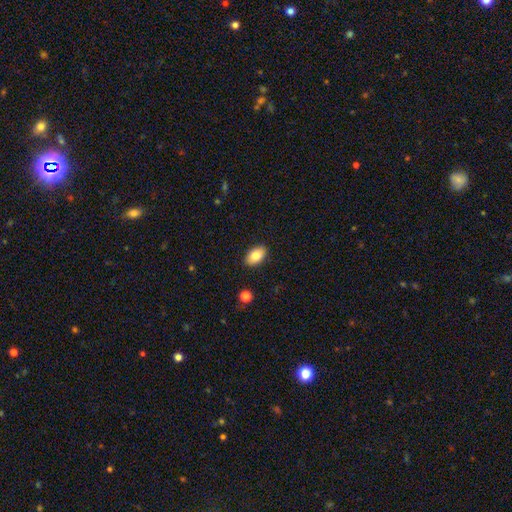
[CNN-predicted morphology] A smooth galaxy with no disk features (82%) that is in between round and cigar-shaped (92%).

Vote fractions:
- Smooth or featured? smooth: 82% / featured or disk: 10% / star or artifact: 7%
- How rounded? in between: 92% / round: 6% / cigar-shaped: 2%
- Merging? none: 88% / minor disturbance: 8% / major disturbance: 2% / merger: 1%